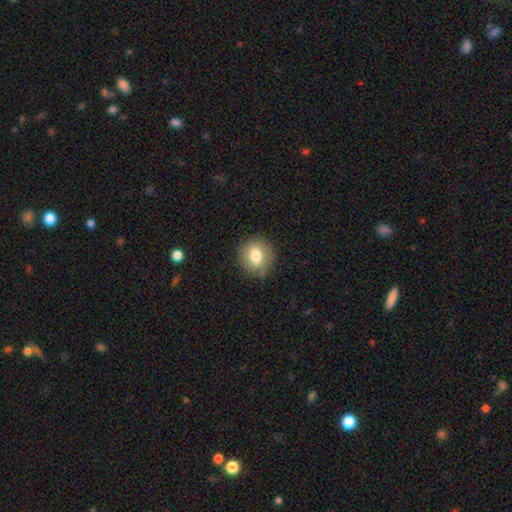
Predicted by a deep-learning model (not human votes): Overall: smooth (76%). How rounded: round (75%). Merging: none (85%).